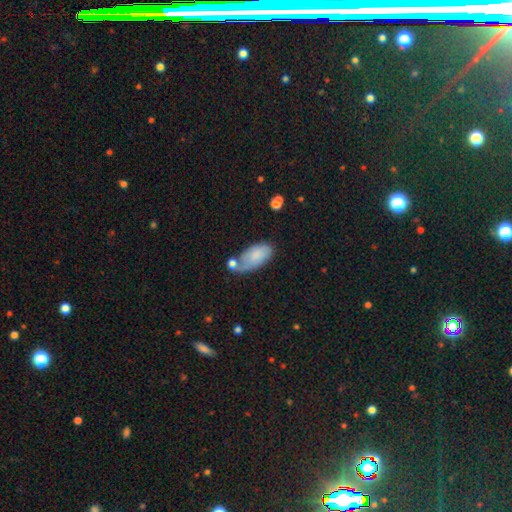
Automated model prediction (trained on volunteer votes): smooth-or-featured: smooth: 74% | featured or disk: 19% | star or artifact: 7%
  how-rounded: in between: 93% | cigar-shaped: 4% | round: 3%
  merging: none: 41% | minor disturbance: 27% | merger: 20% | major disturbance: 11%